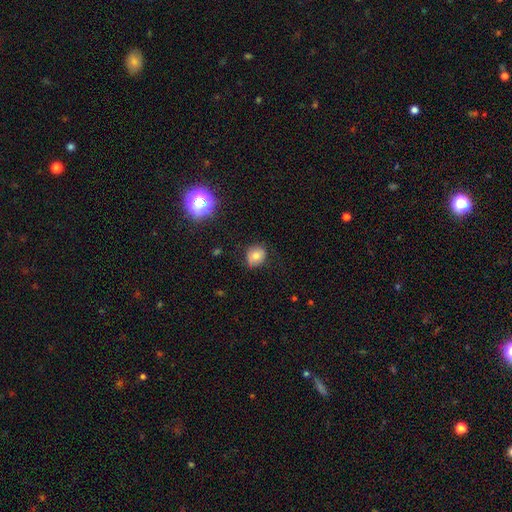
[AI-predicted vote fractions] This appears to be a smooth galaxy with no disk features (74%) that is round (72%). Merging: none (72%).